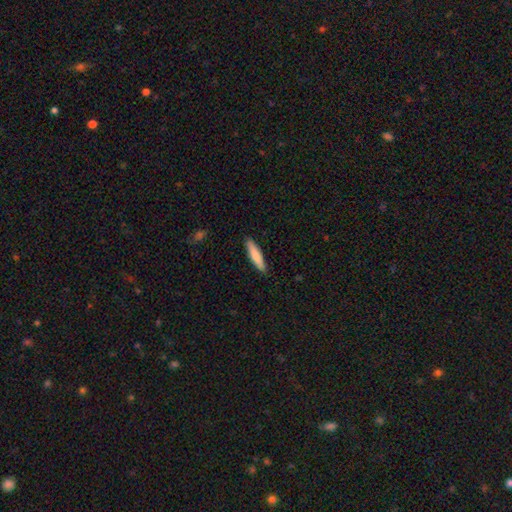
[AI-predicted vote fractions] smooth-or-featured: smooth: 80% | featured or disk: 15% | star or artifact: 5%
  how-rounded: cigar-shaped: 83% | in between: 16% | round: 1%
  merging: none: 90% | minor disturbance: 7% | major disturbance: 2% | merger: 1%